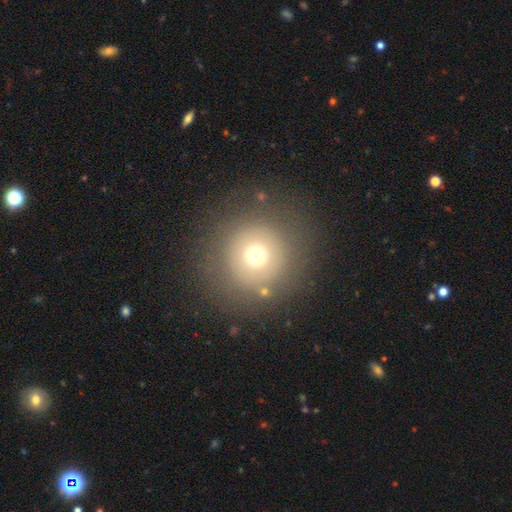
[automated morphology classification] smooth-or-featured: smooth: 68% | star or artifact: 17% | featured or disk: 14%
  how-rounded: round: 96% | in between: 3% | cigar-shaped: 1%
  merging: none: 84% | minor disturbance: 8% | major disturbance: 6% | merger: 2%